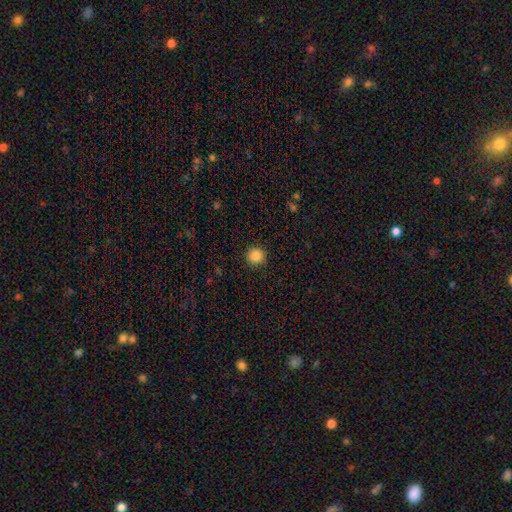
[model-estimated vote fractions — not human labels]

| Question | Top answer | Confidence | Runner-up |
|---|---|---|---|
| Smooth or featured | smooth | 86% | star or artifact (10%) |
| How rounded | round | 94% | in between (5%) |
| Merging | none | 91% | minor disturbance (6%) |